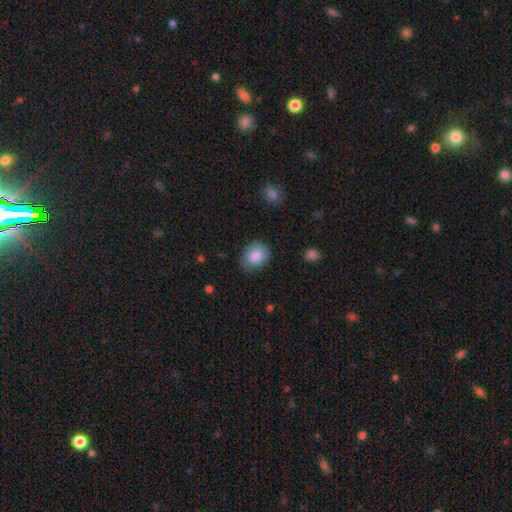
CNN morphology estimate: Smooth or featured? Predicted: smooth (p=0.85). How rounded? Predicted: round (p=0.54). Merging? Predicted: none (p=0.75).